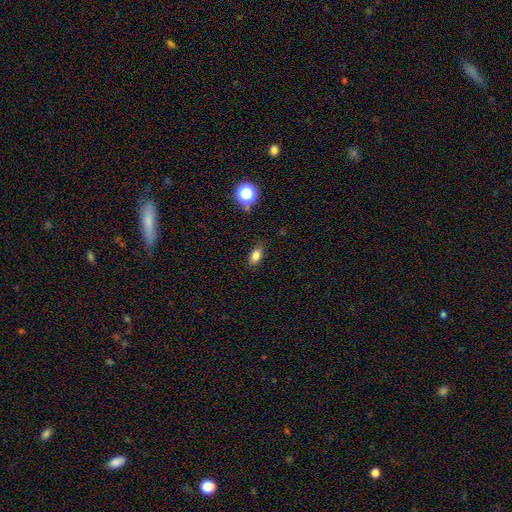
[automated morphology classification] smooth-or-featured: smooth: 80% | star or artifact: 12% | featured or disk: 8%
  how-rounded: in between: 83% | round: 13% | cigar-shaped: 5%
  merging: none: 82% | minor disturbance: 13% | major disturbance: 3% | merger: 1%